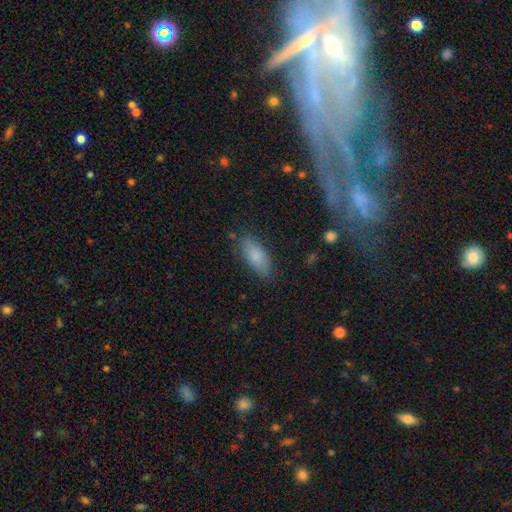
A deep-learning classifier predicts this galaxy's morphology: This appears to be a smooth galaxy with no disk features (84%) that is in between round and cigar-shaped (80%). Merging: none (81%).